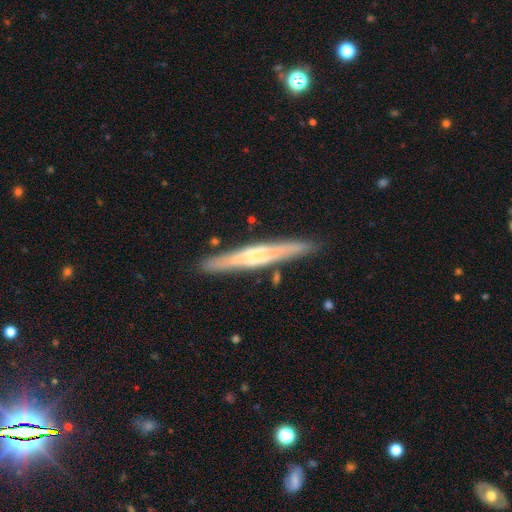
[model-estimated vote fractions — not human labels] Smooth or featured? Predicted: featured or disk (p=0.64). Edge-on disk? Predicted: yes (p=0.95). Edge-on bulge? Predicted: rounded (p=0.35). Merging? Predicted: none (p=0.87).